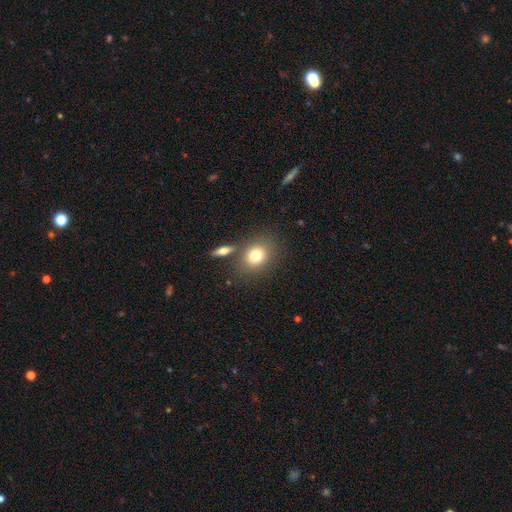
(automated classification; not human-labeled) smooth-or-featured: smooth: 78% | featured or disk: 12% | star or artifact: 10%
  how-rounded: round: 53% | in between: 46% | cigar-shaped: 1%
  merging: none: 70% | merger: 14% | minor disturbance: 11% | major disturbance: 4%